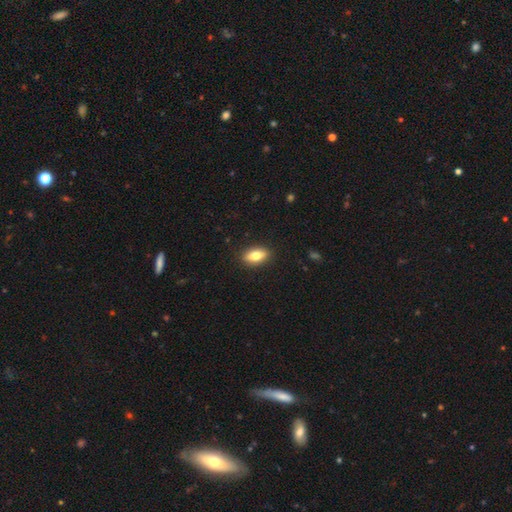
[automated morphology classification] Smooth or featured? Predicted: smooth (p=0.75). How rounded? Predicted: in between (p=0.83). Merging? Predicted: none (p=0.89).